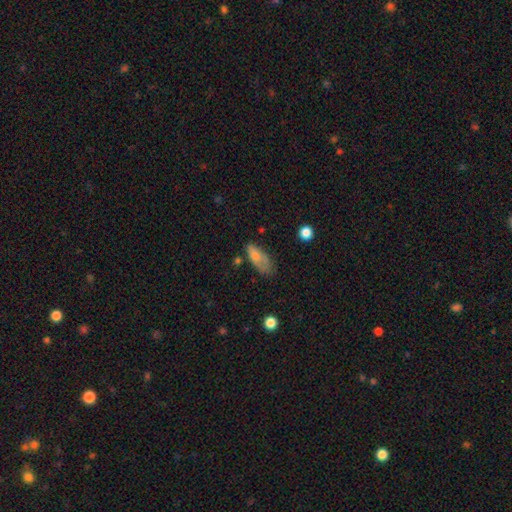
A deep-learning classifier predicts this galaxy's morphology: The model was most divided on "merging": none: 43%, minor disturbance: 33%, major disturbance: 20%, merger: 4%. More confident: how rounded — in between (74%); smooth or featured — smooth (70%).